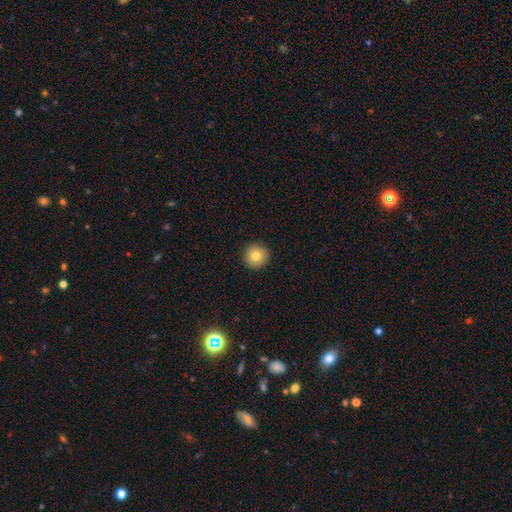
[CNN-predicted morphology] Smooth or featured? Predicted: smooth (p=0.81). How rounded? Predicted: round (p=0.95). Merging? Predicted: none (p=0.92).